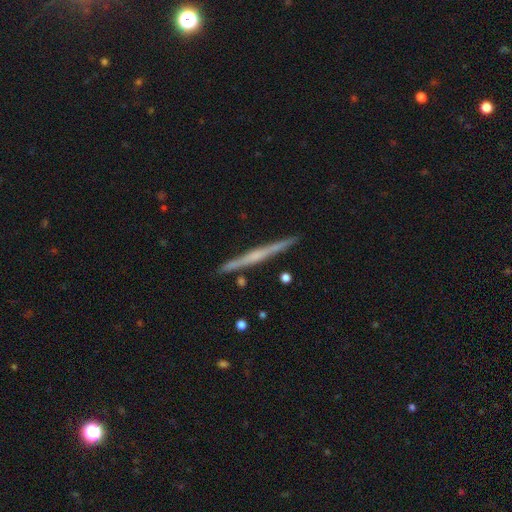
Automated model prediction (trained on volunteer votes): This is likely a featured or disk galaxy (73%). It is clearly viewed edge-on (98%). Edge-on bulge: possibly rounded (51%). Merging: clearly none (90%).